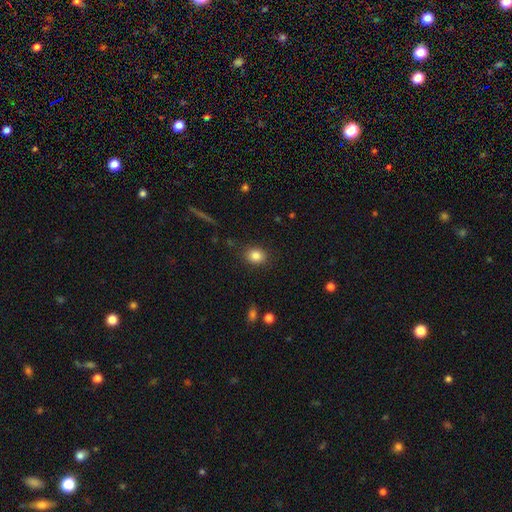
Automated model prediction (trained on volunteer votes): smooth_or_featured: smooth (p=0.85) [alt: star or artifact p=0.10]
how_rounded: round (p=0.56) [alt: in between p=0.43]
merging: none (p=0.86) [alt: minor disturbance p=0.10]